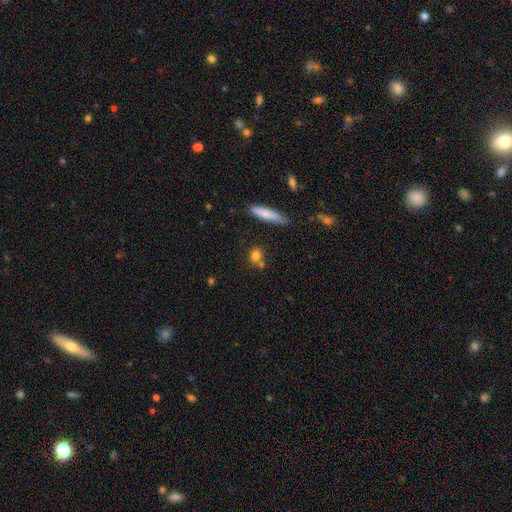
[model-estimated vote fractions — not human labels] Smooth or featured? Predicted: smooth (p=0.78). How rounded? Predicted: round (p=0.60). Merging? Predicted: none (p=0.63).